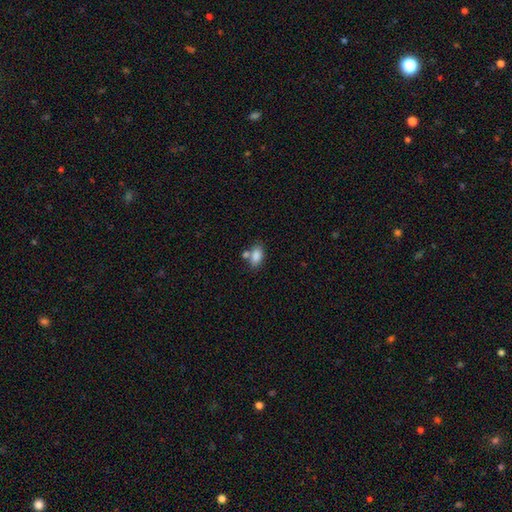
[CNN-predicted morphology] Smooth or featured?
  - smooth: 84% *
  - star or artifact: 9%
  - featured or disk: 7%
How rounded?
  - in between: 89% *
  - round: 8%
  - cigar-shaped: 3%
Merging?
  - none: 54% *
  - merger: 28%
  - minor disturbance: 14%
  - major disturbance: 4%